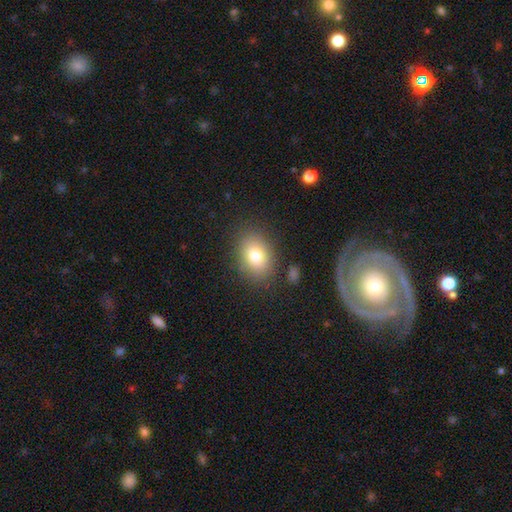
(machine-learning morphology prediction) This appears to be a smooth galaxy with no disk features (78%) that is in between round and cigar-shaped (65%). Merging: none (83%).